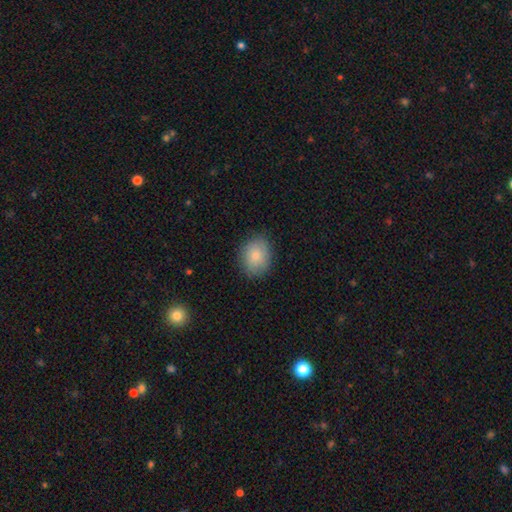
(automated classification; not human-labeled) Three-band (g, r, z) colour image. It shows a smooth galaxy with no disk features (82%) that is round (53%). Merging: none (84%).